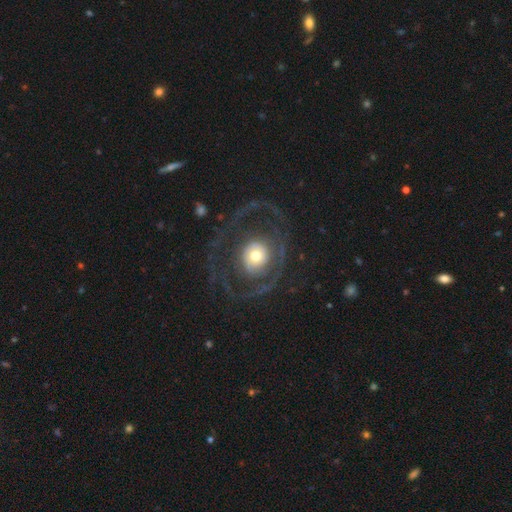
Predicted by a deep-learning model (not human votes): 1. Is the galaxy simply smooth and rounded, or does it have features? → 73% featured or disk, 21% smooth, 7% star or artifact.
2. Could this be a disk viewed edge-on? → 97% no, 3% yes.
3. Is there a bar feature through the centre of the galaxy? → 82% no, 13% weak, 5% strong.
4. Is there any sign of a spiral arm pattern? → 76% yes, 24% no.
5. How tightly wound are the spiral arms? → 38% medium, 33% tight, 29% loose.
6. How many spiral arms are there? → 39% 2, 20% can't tell, 18% 1, 13% 3, 6% 4, 5% more than 4.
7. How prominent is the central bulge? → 55% moderate, 22% large, 18% small, 4% dominant, 1% none.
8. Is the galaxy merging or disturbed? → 55% none, 31% major disturbance, 12% minor disturbance, 2% merger.